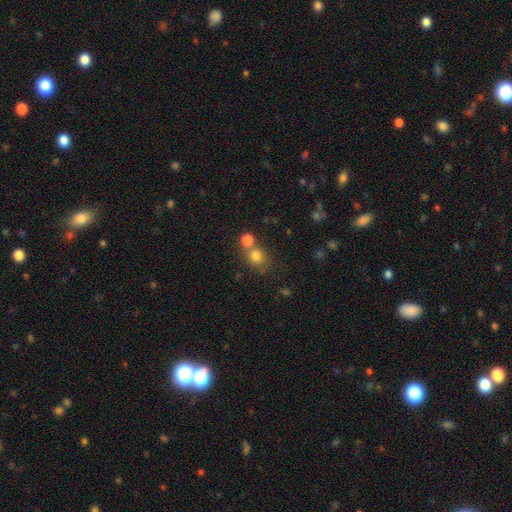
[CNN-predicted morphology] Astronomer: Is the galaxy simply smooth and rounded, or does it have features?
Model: smooth — 79%.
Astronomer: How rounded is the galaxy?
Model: round — 80%.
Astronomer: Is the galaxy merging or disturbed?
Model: none — 55% (runner-up: merger, 33%).